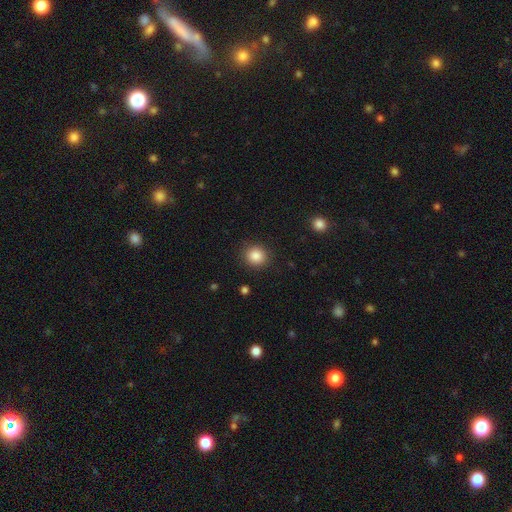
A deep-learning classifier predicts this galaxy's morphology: type=smooth (86%); roundness=round (90%); merging=none (90%).